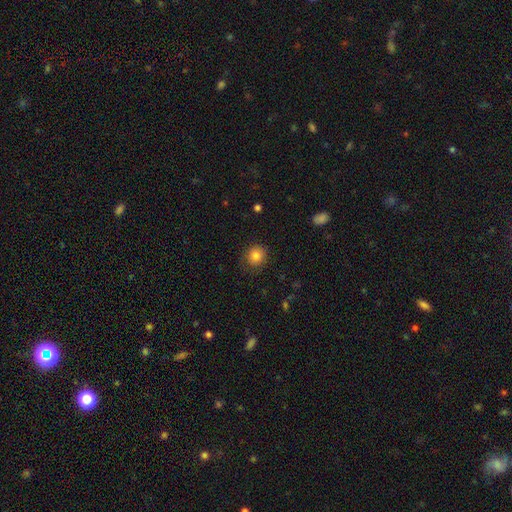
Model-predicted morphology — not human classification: This is clearly a smooth galaxy (84%). How rounded: clearly round (86%). Merging: clearly none (83%).